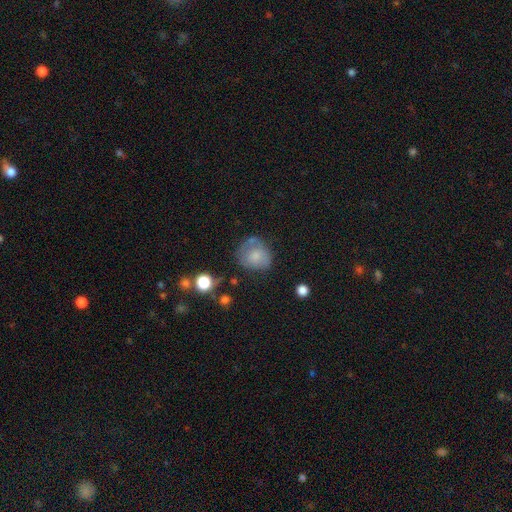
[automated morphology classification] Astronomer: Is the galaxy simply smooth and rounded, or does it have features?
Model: smooth — 67%.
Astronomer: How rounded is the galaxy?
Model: round — 72%.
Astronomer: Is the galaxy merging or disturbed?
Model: none — 48% (runner-up: minor disturbance, 29%).